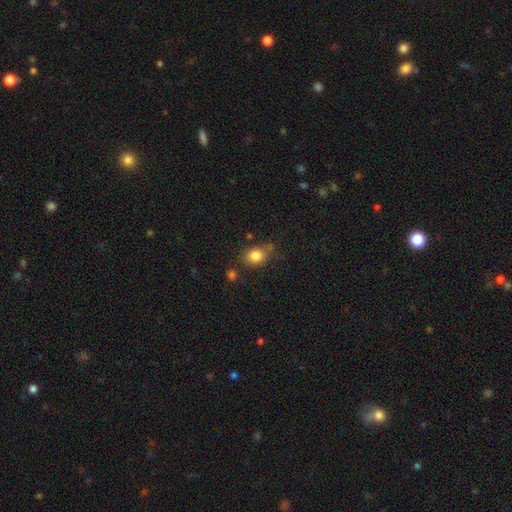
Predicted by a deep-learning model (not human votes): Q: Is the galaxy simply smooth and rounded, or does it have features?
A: smooth — 83%.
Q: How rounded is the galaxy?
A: round — 53%.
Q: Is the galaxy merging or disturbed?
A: none — 66%.